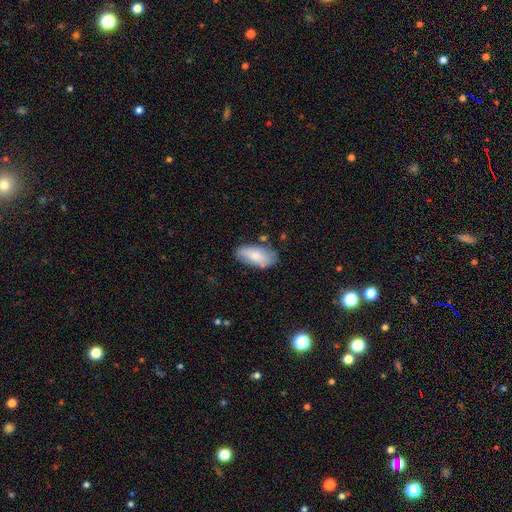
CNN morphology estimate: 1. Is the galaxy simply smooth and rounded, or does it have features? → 76% smooth, 18% featured or disk, 6% star or artifact.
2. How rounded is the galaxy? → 92% in between, 6% cigar-shaped, 2% round.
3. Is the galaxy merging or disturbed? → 74% none, 18% minor disturbance, 4% merger, 4% major disturbance.